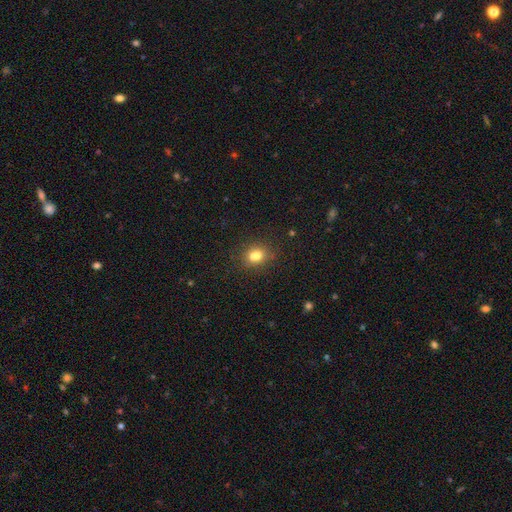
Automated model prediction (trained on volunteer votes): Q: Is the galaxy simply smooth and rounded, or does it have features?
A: smooth — 79%.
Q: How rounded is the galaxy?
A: in between — 51%.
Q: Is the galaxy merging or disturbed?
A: none — 70%.